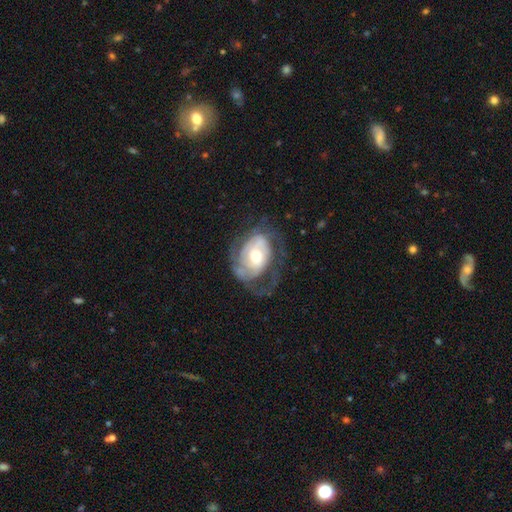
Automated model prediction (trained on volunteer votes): A featured or disk galaxy (80%) with no bar (61%), 2 (39%) tight (49%) spiral arms (88%) and a moderate central bulge (61%). Merging: none (49%).